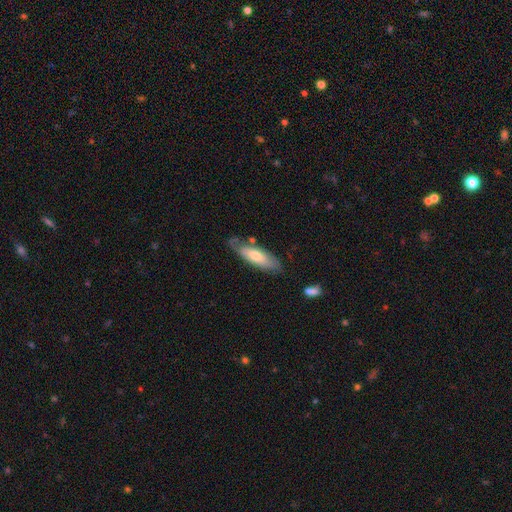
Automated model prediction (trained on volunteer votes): Morphology: type=smooth (56%); roundness=in between (52%); merging=none (66%).